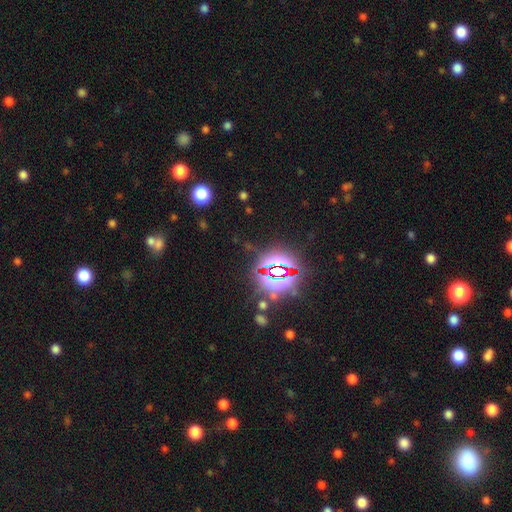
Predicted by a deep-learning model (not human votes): smooth-or-featured: star or artifact: 82% | smooth: 11% | featured or disk: 7%